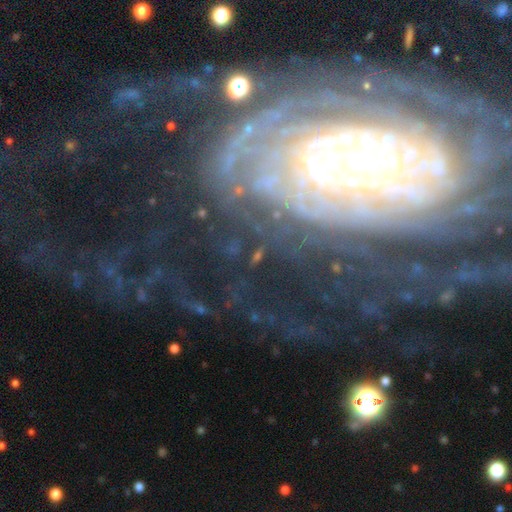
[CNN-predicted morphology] A featured or disk galaxy (87%) with no bar (63%), tight (69%) spiral arms (96%) and a small central bulge (45%).

Vote fractions:
- Smooth or featured? featured or disk: 87% / star or artifact: 7% / smooth: 6%
- Edge-on disk? no: 95% / yes: 5%
- Bar? no: 63% / weak: 23% / strong: 14%
- Spiral arms? yes: 96% / no: 4%
- Spiral winding? tight: 69% / medium: 22% / loose: 9%
- Spiral arm count? can't tell: 33% / 2: 18% / more than 4: 15% / 4: 13% / 3: 13% / 1: 9%
- Bulge size? small: 45% / moderate: 41% / large: 10% / dominant: 2% / none: 2%
- Merging? none: 60% / major disturbance: 22% / minor disturbance: 15% / merger: 3%